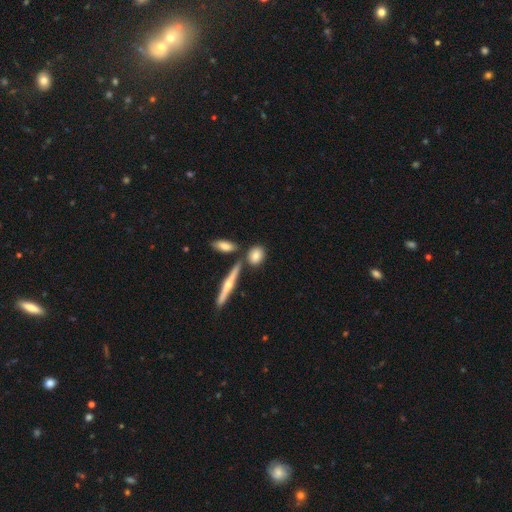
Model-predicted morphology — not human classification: Smooth or featured: smooth — 73% (featured or disk — 20%)
How rounded: round — 46% (in between — 44%)
Merging: none — 72% (merger — 14%)